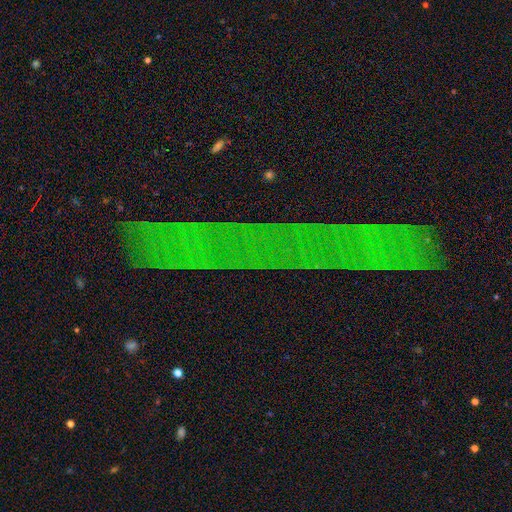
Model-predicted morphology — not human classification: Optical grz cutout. It shows a star or artifact, not a galaxy (75%).